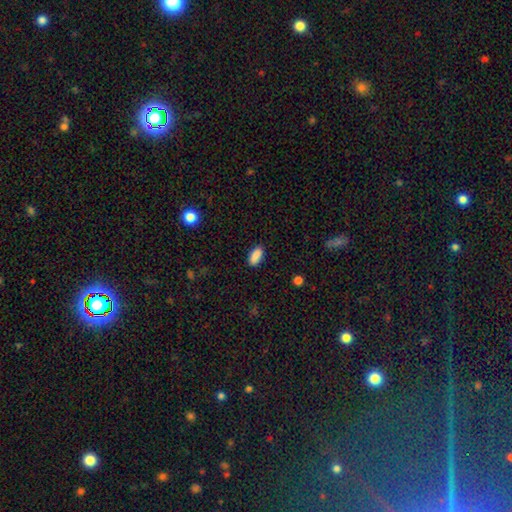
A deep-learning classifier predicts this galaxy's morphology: A smooth galaxy with no disk features (88%) that is in between round and cigar-shaped (88%).

Vote fractions:
- Smooth or featured? smooth: 88% / star or artifact: 8% / featured or disk: 4%
- How rounded? in between: 88% / cigar-shaped: 9% / round: 3%
- Merging? none: 86% / minor disturbance: 11% / major disturbance: 2% / merger: 2%